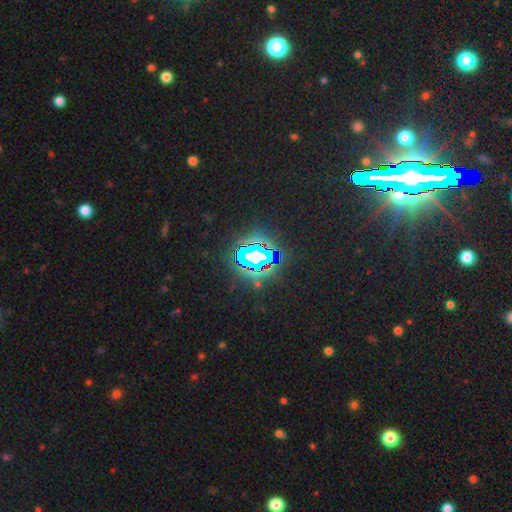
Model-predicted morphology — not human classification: Smooth or featured? star or artifact (76%)